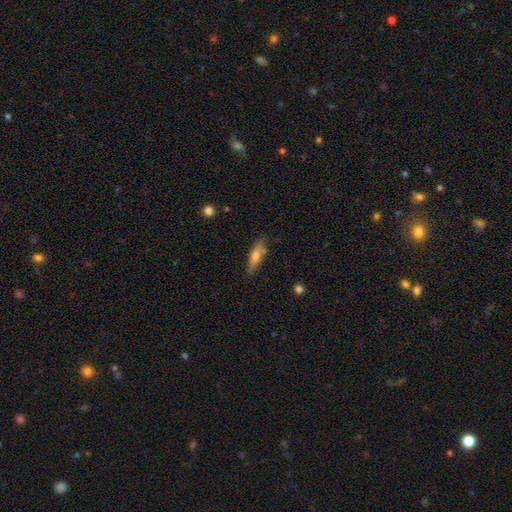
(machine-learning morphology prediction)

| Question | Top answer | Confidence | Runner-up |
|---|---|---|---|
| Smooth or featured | smooth | 56% | featured or disk (37%) |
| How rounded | cigar-shaped | 66% | in between (32%) |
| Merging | none | 74% | minor disturbance (18%) |